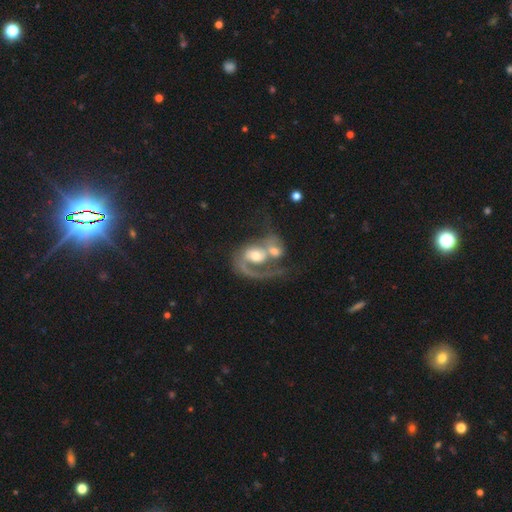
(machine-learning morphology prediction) A featured or disk galaxy (77%) with no bar (64%), 1 (62%) medium (41%) spiral arms (87%) and a moderate central bulge (64%). Merging: merger (70%).